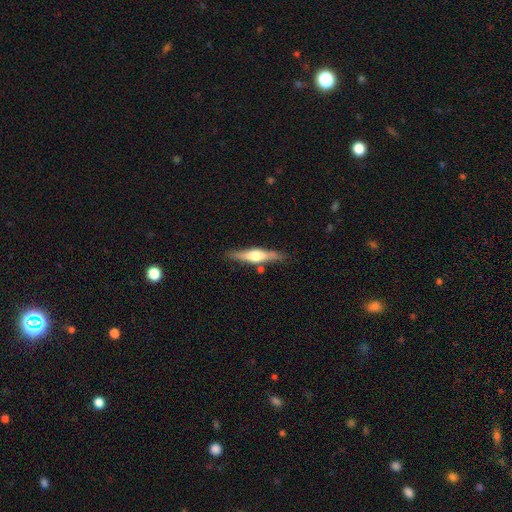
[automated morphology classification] type=featured or disk (63%); edge-on=yes (96%); edge-on bulge=rounded (88%); merging=none (83%).